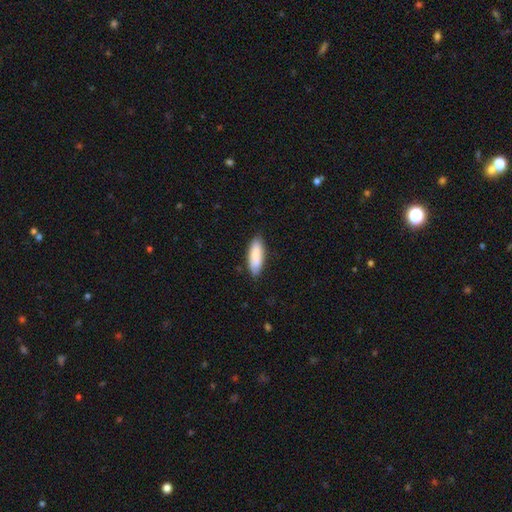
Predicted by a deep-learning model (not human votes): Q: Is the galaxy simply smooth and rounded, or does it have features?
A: smooth — 85%.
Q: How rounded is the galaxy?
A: in between — 64%.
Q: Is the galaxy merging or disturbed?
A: none — 83%.